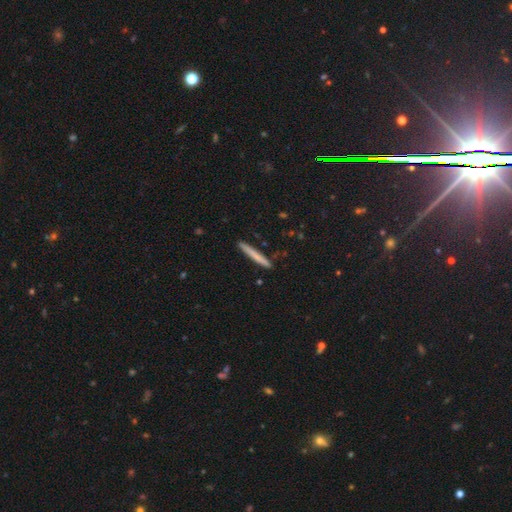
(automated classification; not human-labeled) Morphology: type=smooth (69%); roundness=cigar-shaped (97%); merging=none (90%).